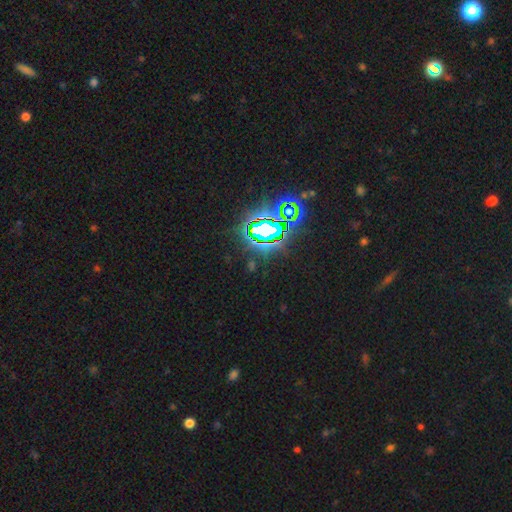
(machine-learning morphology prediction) This appears to be a star or artifact, not a galaxy (81%).